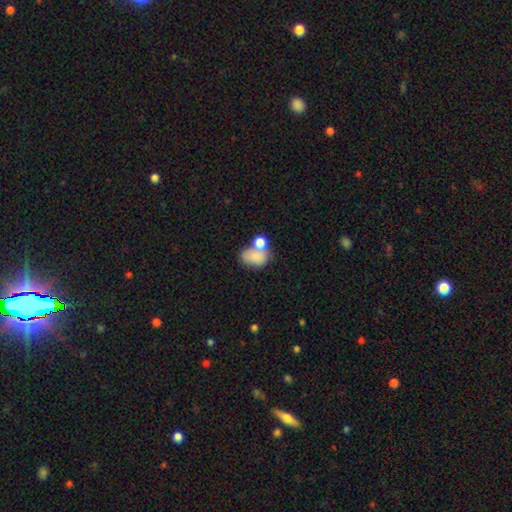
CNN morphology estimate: smooth-or-featured: smooth: 75% | featured or disk: 15% | star or artifact: 10%
  how-rounded: in between: 71% | round: 28% | cigar-shaped: 1%
  merging: merger: 45% | none: 30% | minor disturbance: 14% | major disturbance: 10%